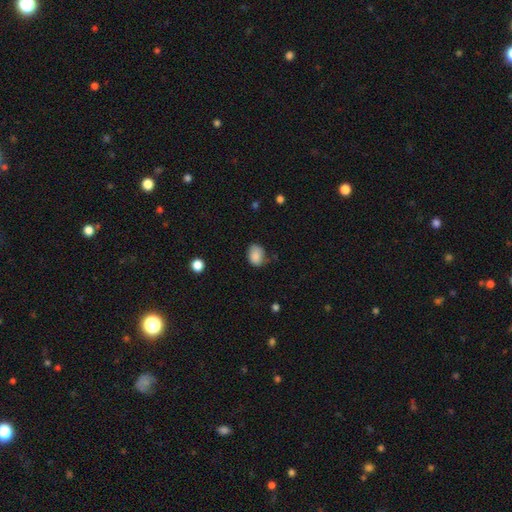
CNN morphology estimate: smooth-or-featured: smooth: 86% | star or artifact: 9% | featured or disk: 5%
  how-rounded: in between: 63% | round: 36% | cigar-shaped: 1%
  merging: none: 61% | minor disturbance: 30% | major disturbance: 7% | merger: 2%